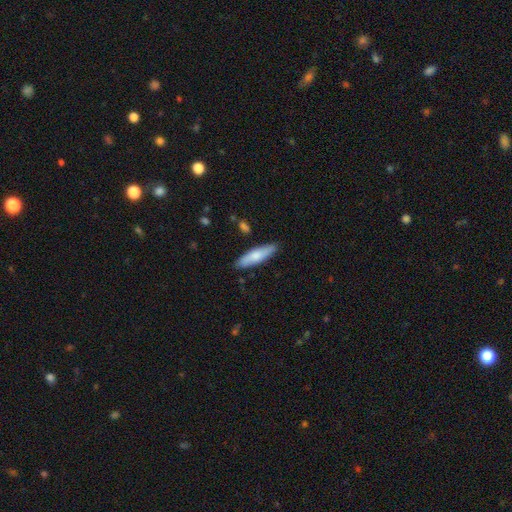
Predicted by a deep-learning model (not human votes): Overall: smooth (76%). How rounded: cigar-shaped (64%; in between 35%). Merging: none (86%).